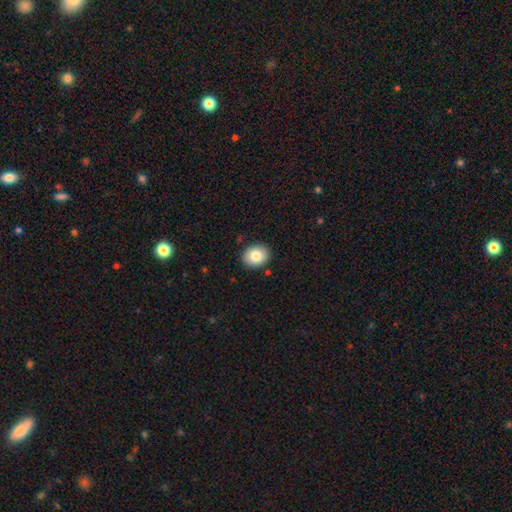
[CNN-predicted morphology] The model was most divided on "how rounded": in between: 51%, round: 48%, cigar-shaped: 1%. More confident: merging — none (89%); smooth or featured — smooth (84%).